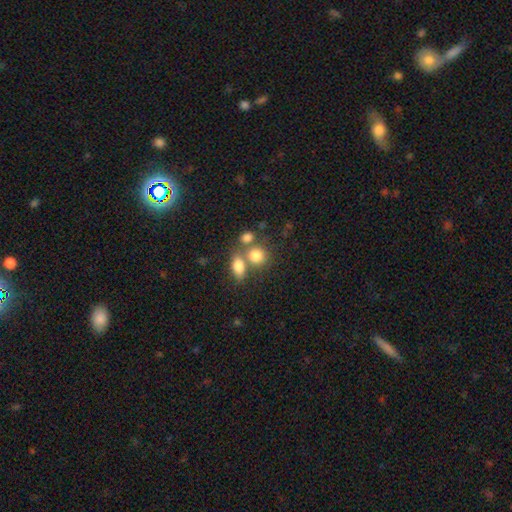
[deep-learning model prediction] smooth 79%, star or artifact 11%, featured or disk 10%. Down the decision tree: how rounded — round (58%); merging — none (45%).